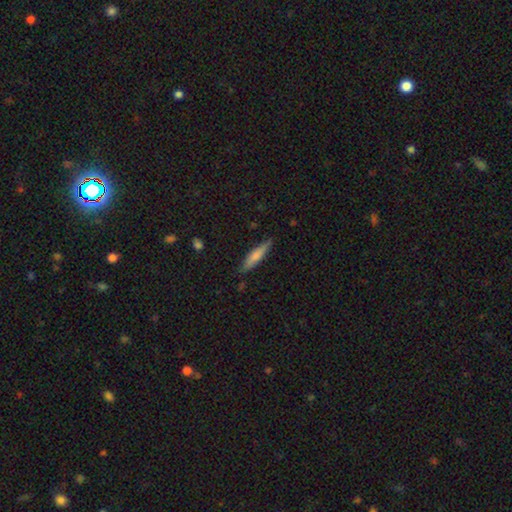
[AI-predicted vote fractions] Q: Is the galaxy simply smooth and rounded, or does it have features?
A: smooth — 68%.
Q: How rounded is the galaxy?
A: cigar-shaped — 83%.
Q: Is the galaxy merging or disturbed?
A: none — 84%.